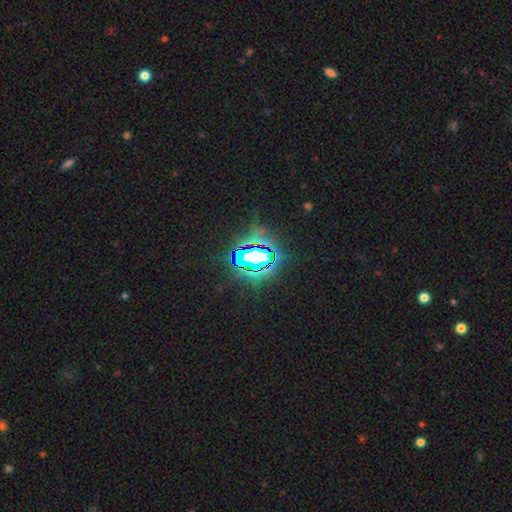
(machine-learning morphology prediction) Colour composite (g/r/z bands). It shows a star or artifact, not a galaxy (77%).